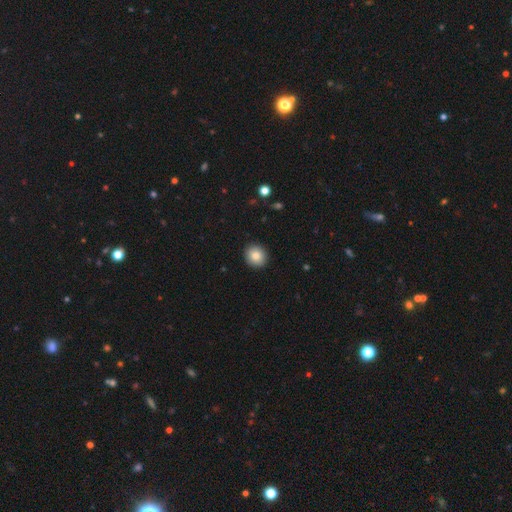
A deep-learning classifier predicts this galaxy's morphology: Overall: smooth (82%). How rounded: round (87%). Merging: none (92%).